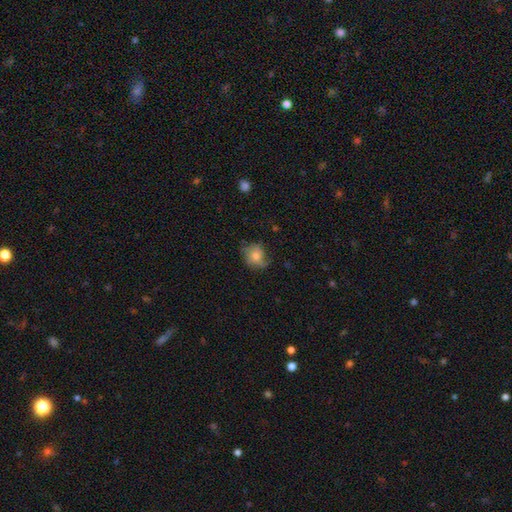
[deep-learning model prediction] Smooth or featured? Predicted: smooth (p=0.55). How rounded? Predicted: round (p=0.68). Merging? Predicted: none (p=0.62).